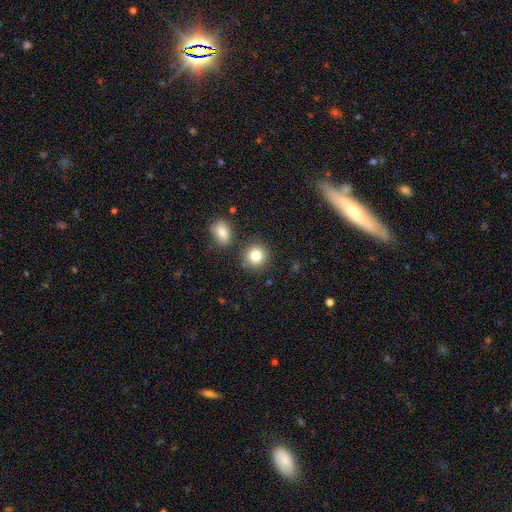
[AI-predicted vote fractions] A smooth galaxy with no disk features (82%) that is round (89%). Merging: none (82%).